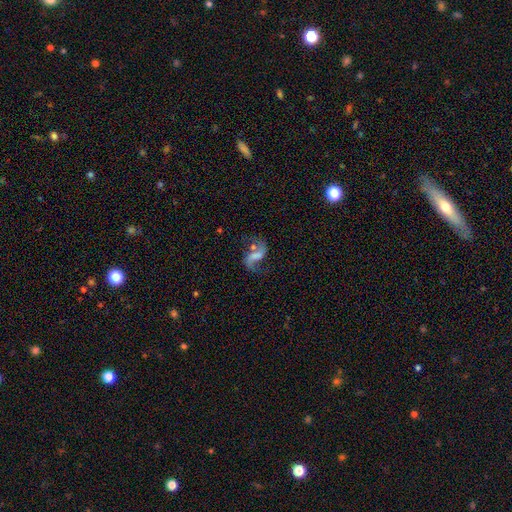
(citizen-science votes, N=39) A featured or disk galaxy (85%) with a weak bar (52%), 2 (100%) loose (94%) spiral arms (94%) and no central bulge (52%). Merging: none (77%).